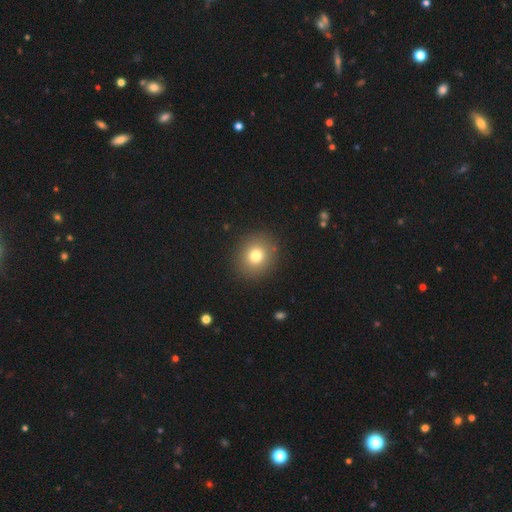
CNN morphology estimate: A smooth galaxy with no disk features (78%) that is round (82%).

Vote fractions:
- Smooth or featured? smooth: 78% / star or artifact: 12% / featured or disk: 10%
- How rounded? round: 82% / in between: 17% / cigar-shaped: 1%
- Merging? none: 90% / minor disturbance: 6% / major disturbance: 3% / merger: 1%